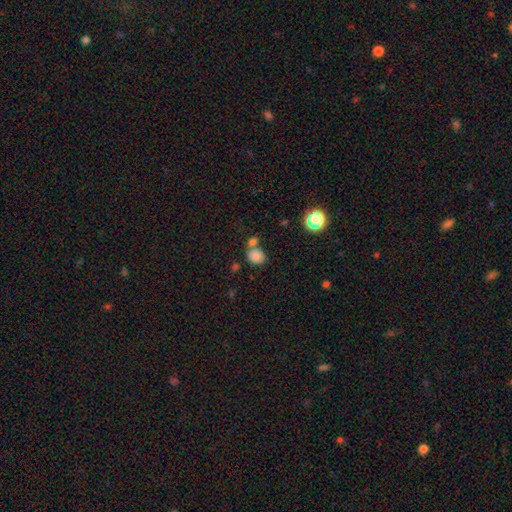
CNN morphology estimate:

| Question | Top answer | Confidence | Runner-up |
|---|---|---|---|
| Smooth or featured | smooth | 82% | star or artifact (12%) |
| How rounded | round | 61% | in between (38%) |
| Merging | none | 53% | merger (30%) |